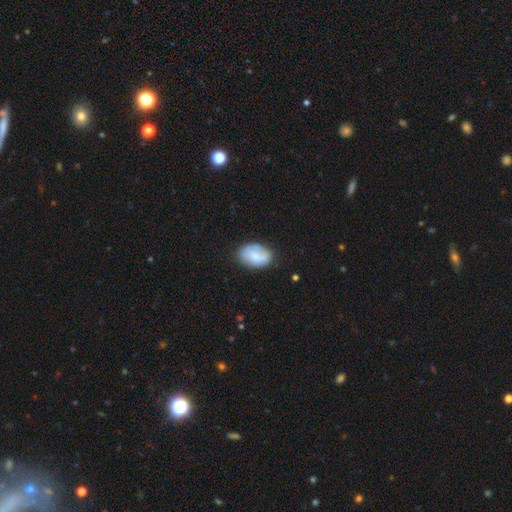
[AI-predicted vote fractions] Smooth or featured?
  - smooth: 73% *
  - featured or disk: 20%
  - star or artifact: 7%
How rounded?
  - in between: 87% *
  - round: 12%
  - cigar-shaped: 1%
Merging?
  - none: 71% *
  - minor disturbance: 21%
  - major disturbance: 5%
  - merger: 2%